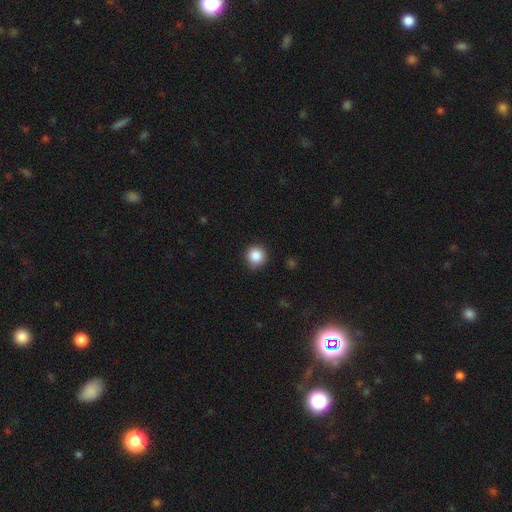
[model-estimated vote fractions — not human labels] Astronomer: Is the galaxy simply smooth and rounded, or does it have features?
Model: smooth — 87%.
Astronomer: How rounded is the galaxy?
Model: round — 94%.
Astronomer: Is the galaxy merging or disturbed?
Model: none — 88%.